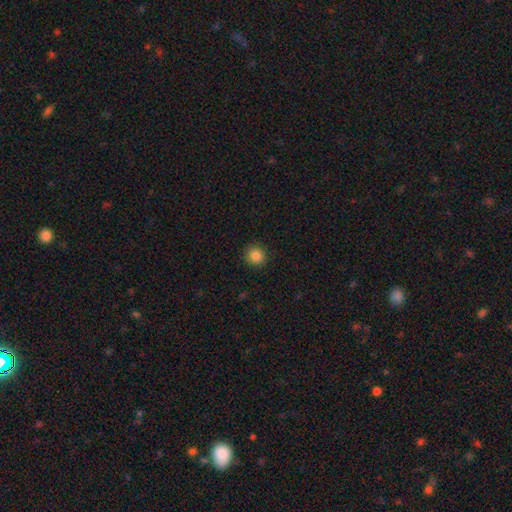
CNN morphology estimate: Overall: smooth (85%). How rounded: round (91%). Merging: none (91%).